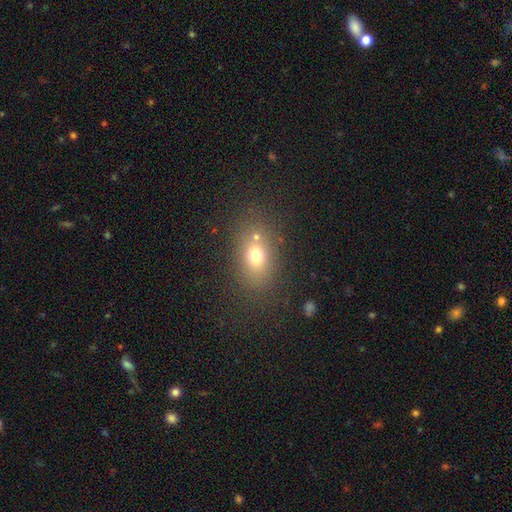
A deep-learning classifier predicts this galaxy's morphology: A smooth galaxy with no disk features (70%) that is in between round and cigar-shaped (70%). Merging: none (65%).